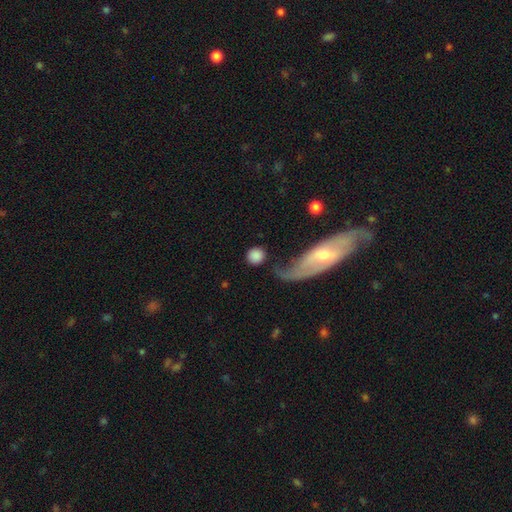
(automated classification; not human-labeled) Q: Smooth or featured?
A: smooth (81%); runner-up: featured or disk (12%)
Q: How rounded?
A: round (91%); runner-up: in between (7%)
Q: Merging?
A: none (65%); runner-up: minor disturbance (13%)